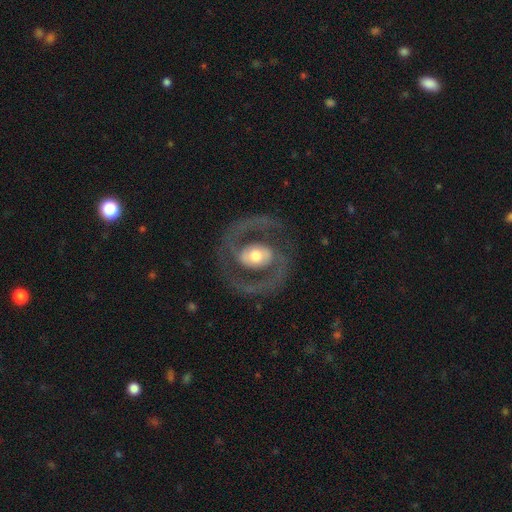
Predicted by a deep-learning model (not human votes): Smooth or featured? Predicted: featured or disk (p=0.88). Edge-on disk? Predicted: no (p=0.97). Bar? Predicted: no (p=0.39). Spiral arms? Predicted: yes (p=0.91). Spiral winding? Predicted: medium (p=0.59). Spiral arm count? Predicted: 2 (p=0.92). Bulge size? Predicted: moderate (p=0.66). Merging? Predicted: none (p=0.81).